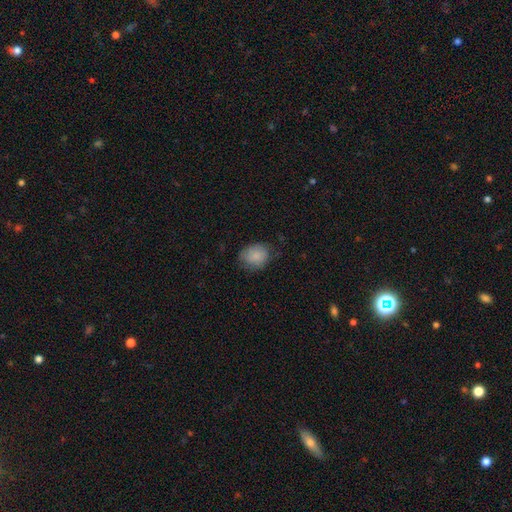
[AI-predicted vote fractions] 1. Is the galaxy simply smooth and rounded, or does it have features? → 85% smooth, 8% star or artifact, 7% featured or disk.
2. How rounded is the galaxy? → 52% round, 47% in between, 1% cigar-shaped.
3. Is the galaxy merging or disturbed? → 68% none, 25% minor disturbance, 6% major disturbance, 1% merger.